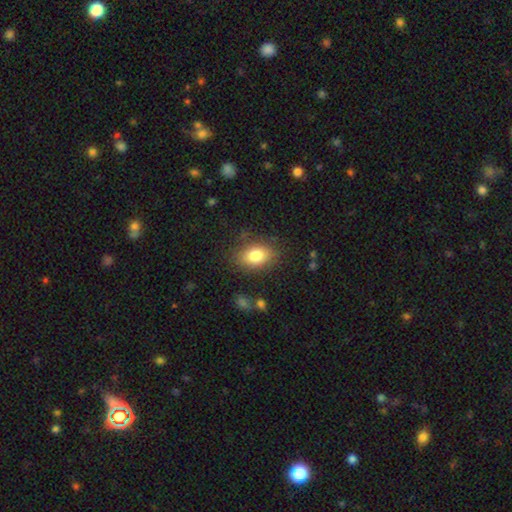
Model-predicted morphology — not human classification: Smooth or featured? Predicted: smooth (p=0.82). How rounded? Predicted: in between (p=0.85). Merging? Predicted: none (p=0.81).